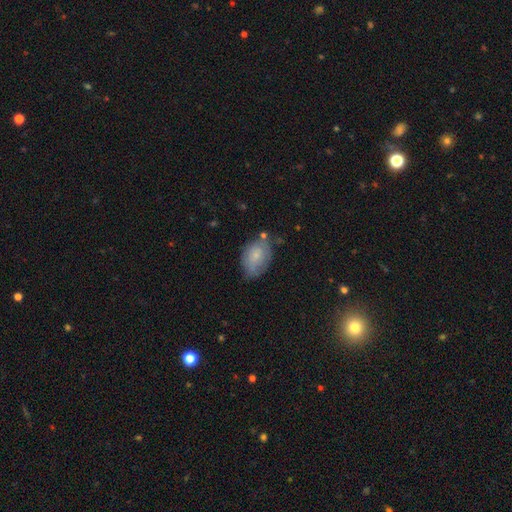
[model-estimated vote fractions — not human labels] smooth 69%, featured or disk 24%, star or artifact 8%. Down the decision tree: how rounded — in between (84%); merging — none (59%).